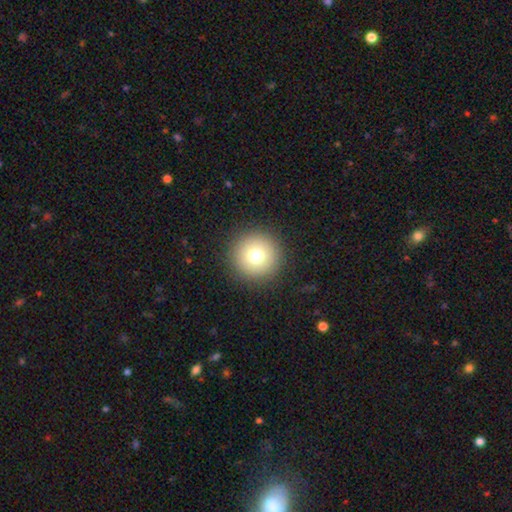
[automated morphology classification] smooth 75%, star or artifact 13%, featured or disk 13%. Down the decision tree: how rounded — round (96%); merging — none (92%).